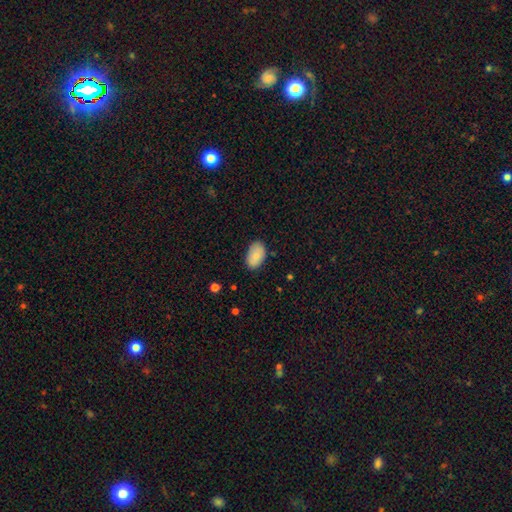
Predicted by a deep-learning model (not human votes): A smooth galaxy with no disk features (83%) that is in between round and cigar-shaped (93%). Merging: none (83%).